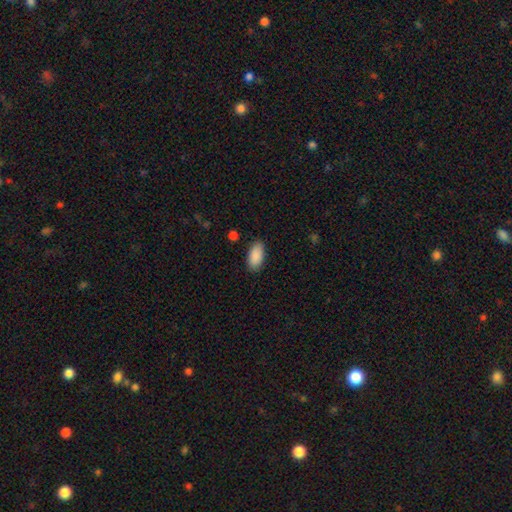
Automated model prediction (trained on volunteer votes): Overall: smooth (90%). How rounded: in between (93%). Merging: none (86%).